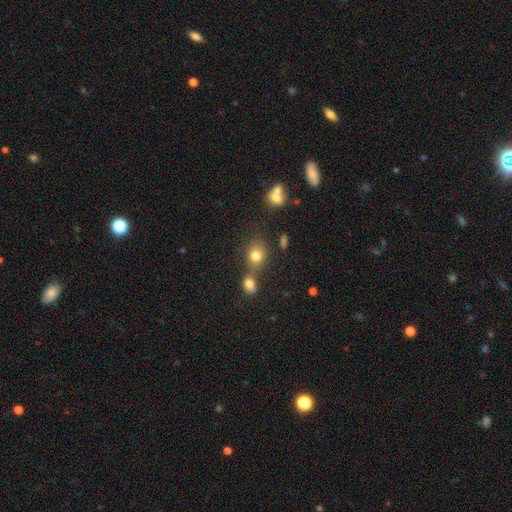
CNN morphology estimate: Overall: smooth (78%). How rounded: round (63%; in between 36%). Merging: none (50%; merger 35%).